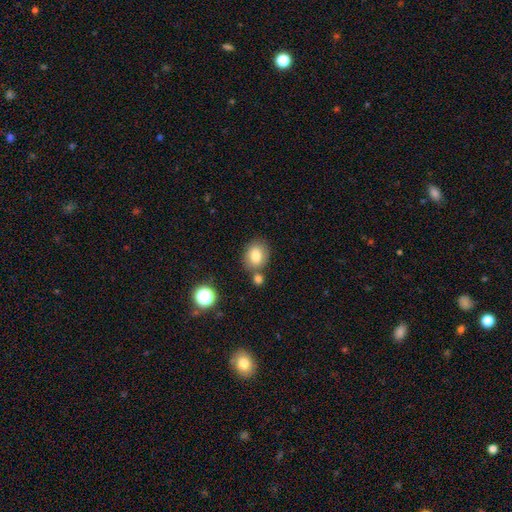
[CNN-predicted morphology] smooth-or-featured: smooth: 79% | featured or disk: 11% | star or artifact: 10%
  how-rounded: round: 52% | in between: 47% | cigar-shaped: 1%
  merging: none: 67% | merger: 17% | minor disturbance: 13% | major disturbance: 4%